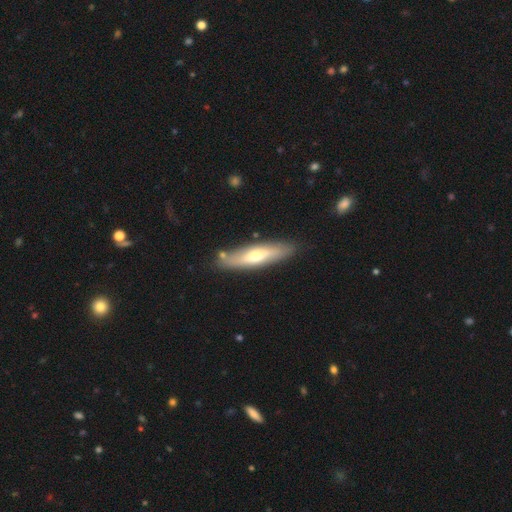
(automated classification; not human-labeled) Smooth or featured? smooth (50%)
How rounded? cigar-shaped (74%)
Merging? none (82%)